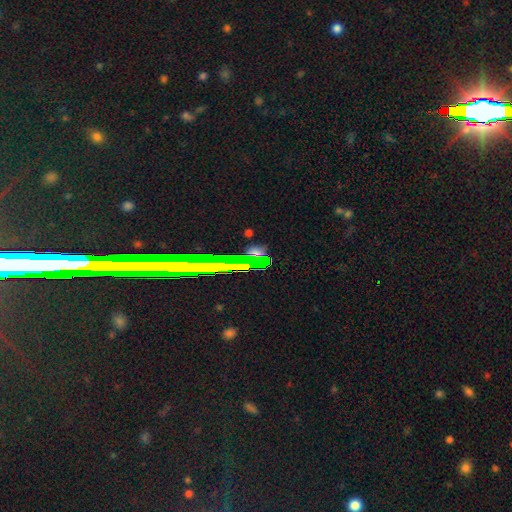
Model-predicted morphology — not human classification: This is possibly a star or artifact rather than a galaxy (49%).